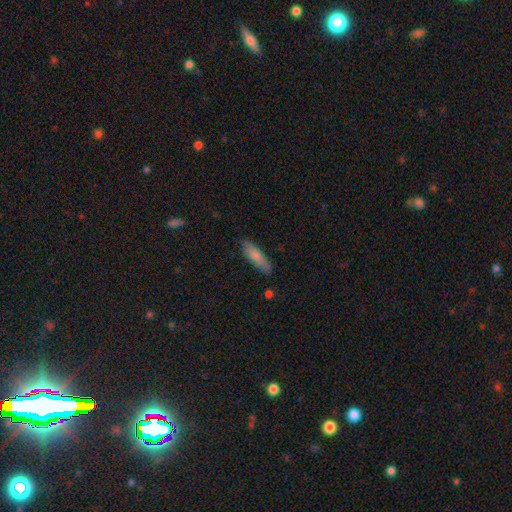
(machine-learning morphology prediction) Smooth or featured?
  - smooth: 81% *
  - featured or disk: 13%
  - star or artifact: 6%
How rounded?
  - cigar-shaped: 64% *
  - in between: 34%
  - round: 2%
Merging?
  - none: 80% *
  - minor disturbance: 15%
  - major disturbance: 3%
  - merger: 2%